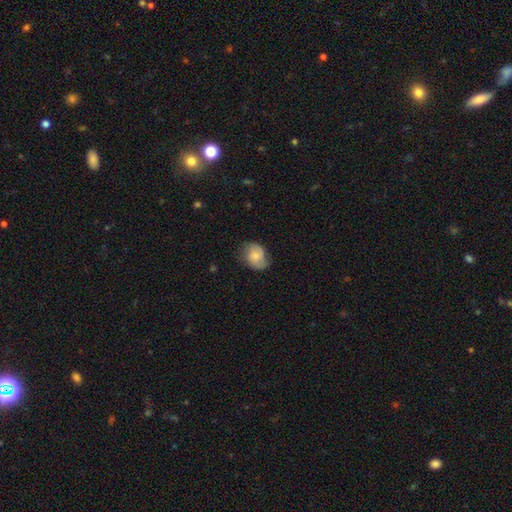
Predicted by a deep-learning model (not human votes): A smooth galaxy with no disk features (59%) that is in between round and cigar-shaped (55%).

Vote fractions:
- Smooth or featured? smooth: 59% / featured or disk: 34% / star or artifact: 7%
- How rounded? in between: 55% / round: 44% / cigar-shaped: 1%
- Merging? none: 62% / minor disturbance: 28% / major disturbance: 9% / merger: 1%